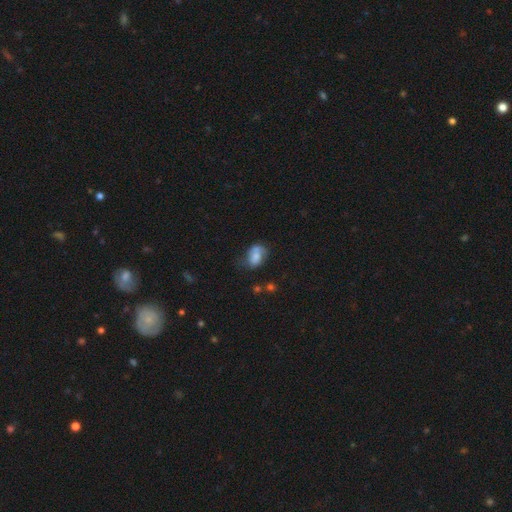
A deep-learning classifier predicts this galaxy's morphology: Smooth or featured: smooth — 60% (featured or disk — 30%)
How rounded: in between — 76% (round — 22%)
Merging: none — 38% (minor disturbance — 30%)